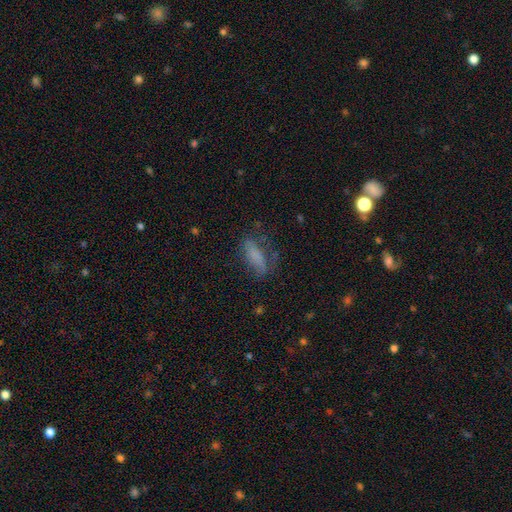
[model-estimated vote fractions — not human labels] smooth-or-featured: smooth: 66% | featured or disk: 21% | star or artifact: 13%
  how-rounded: in between: 61% | cigar-shaped: 36% | round: 3%
  merging: none: 51% | minor disturbance: 26% | major disturbance: 21% | merger: 3%